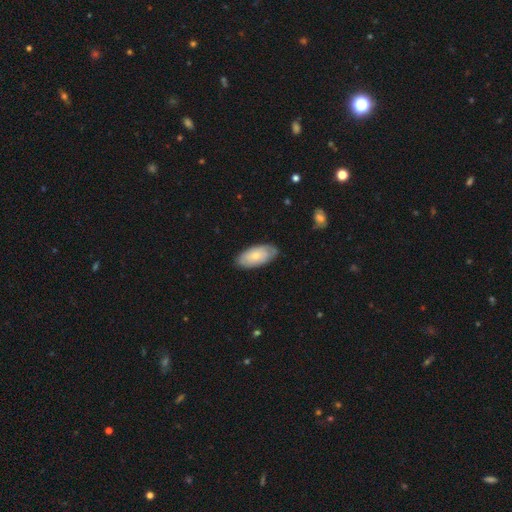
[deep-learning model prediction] The model was most divided on "smooth or featured": smooth: 61%, featured or disk: 33%, star or artifact: 6%. More confident: how rounded — in between (93%); merging — none (79%).